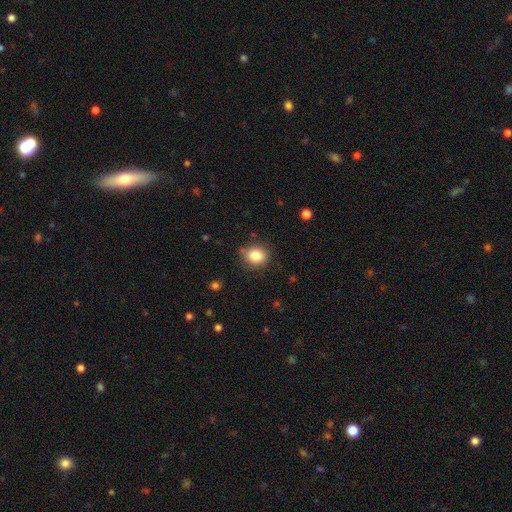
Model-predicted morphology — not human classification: Q: Smooth or featured?
A: smooth (84%); runner-up: star or artifact (10%)
Q: How rounded?
A: round (64%); runner-up: in between (35%)
Q: Merging?
A: none (80%); runner-up: minor disturbance (15%)